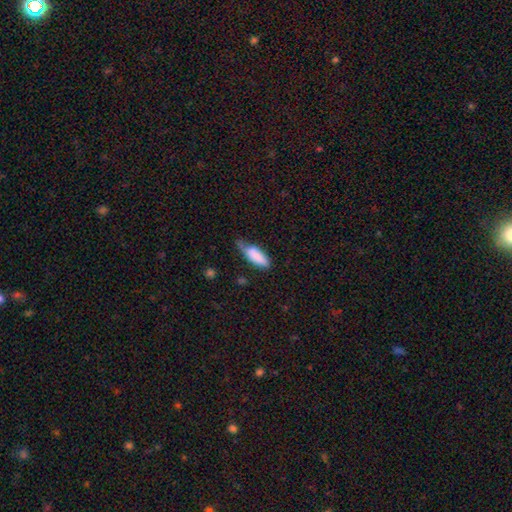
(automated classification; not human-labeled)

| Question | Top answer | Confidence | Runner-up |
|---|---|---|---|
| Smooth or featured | smooth | 83% | featured or disk (10%) |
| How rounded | in between | 72% | cigar-shaped (26%) |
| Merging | minor disturbance | 43% | none (36%) |